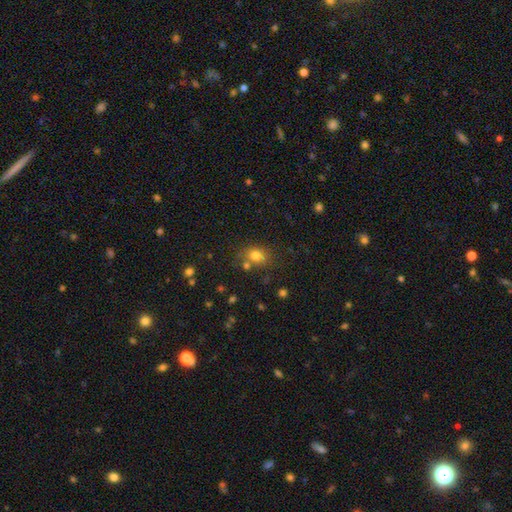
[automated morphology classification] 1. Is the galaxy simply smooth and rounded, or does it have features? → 76% smooth, 15% star or artifact, 9% featured or disk.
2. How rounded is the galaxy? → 54% round, 45% in between, 1% cigar-shaped.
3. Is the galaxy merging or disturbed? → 63% none, 17% merger, 15% minor disturbance, 5% major disturbance.